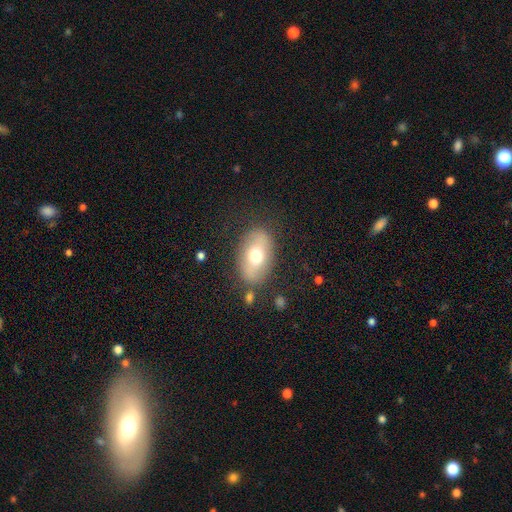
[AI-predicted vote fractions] A smooth galaxy with no disk features (63%) that is in between round and cigar-shaped (85%).

Vote fractions:
- Smooth or featured? smooth: 63% / featured or disk: 29% / star or artifact: 8%
- How rounded? in between: 85% / round: 13% / cigar-shaped: 2%
- Merging? none: 79% / minor disturbance: 13% / major disturbance: 5% / merger: 3%